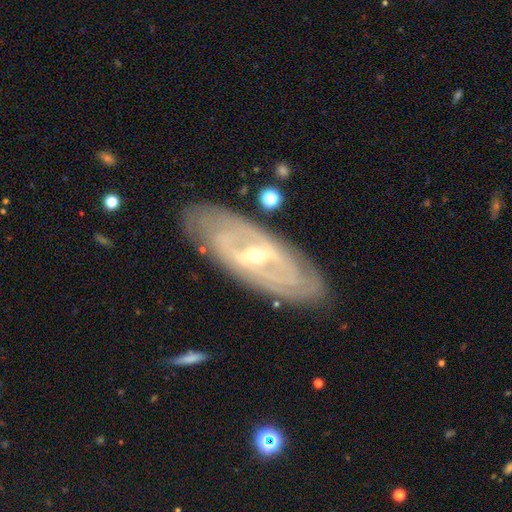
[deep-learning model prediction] Smooth or featured?
  - featured or disk: 84% *
  - smooth: 10%
  - star or artifact: 6%
Edge-on disk?
  - no: 83% *
  - yes: 17%
Bar?
  - strong: 43% *
  - weak: 37%
  - no: 20%
Spiral arms?
  - yes: 79% *
  - no: 21%
Spiral winding?
  - tight: 69% *
  - medium: 23%
  - loose: 8%
Spiral arm count?
  - can't tell: 49% *
  - 2: 31%
  - 3: 7%
  - 4: 5%
  - more than 4: 4%
  - 1: 4%
Bulge size?
  - small: 49% *
  - moderate: 47%
  - large: 2%
  - none: 1%
  - dominant: 1%
Merging?
  - none: 84% *
  - minor disturbance: 11%
  - major disturbance: 3%
  - merger: 2%